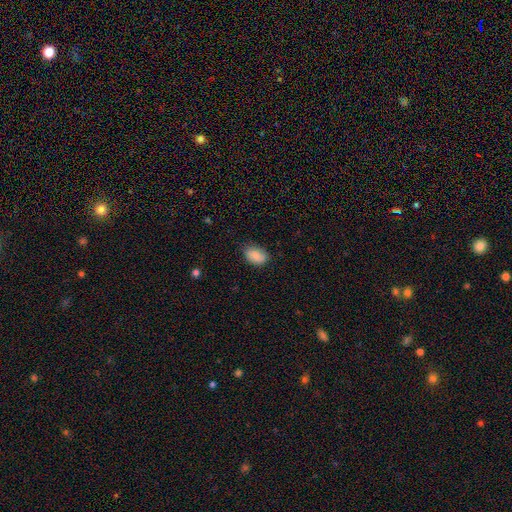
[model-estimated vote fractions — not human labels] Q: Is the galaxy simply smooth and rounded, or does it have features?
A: smooth — 84%.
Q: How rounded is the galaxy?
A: in between — 86%.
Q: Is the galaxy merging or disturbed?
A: none — 75%.